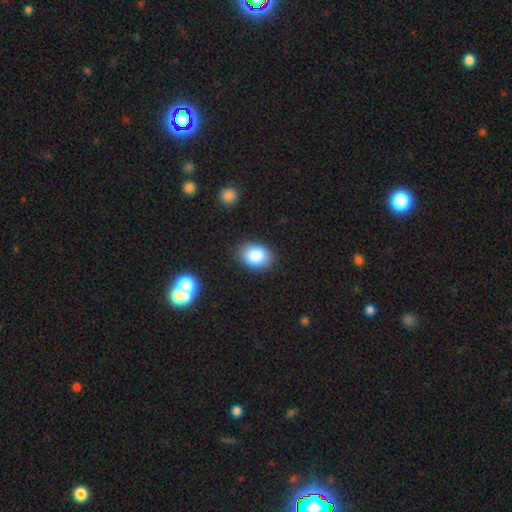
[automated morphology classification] smooth_or_featured: smooth (p=0.86) [alt: star or artifact p=0.09]
how_rounded: in between (p=0.75) [alt: round p=0.24]
merging: none (p=0.87) [alt: minor disturbance p=0.09]